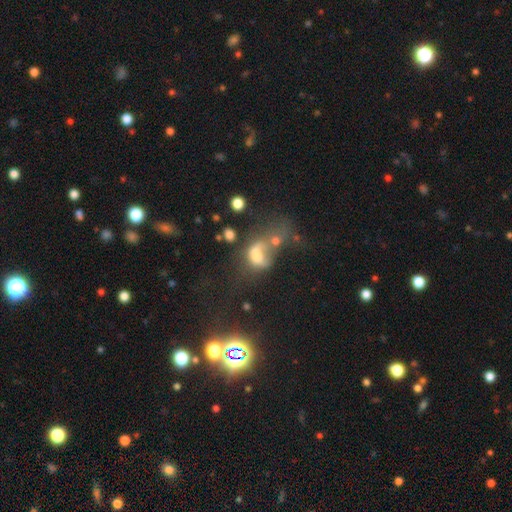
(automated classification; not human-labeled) The model was most divided on "merging": merger: 44%, major disturbance: 29%, none: 16%, minor disturbance: 11%. Remaining: smooth or featured — smooth (48%).